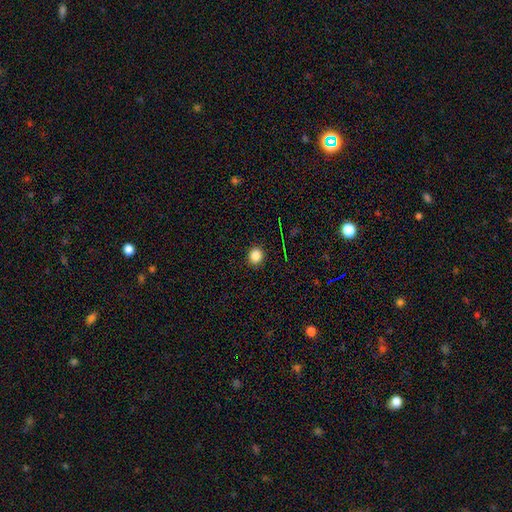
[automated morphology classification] smooth_or_featured: smooth (p=0.85) [alt: star or artifact p=0.11]
how_rounded: round (p=0.80) [alt: in between p=0.19]
merging: none (p=0.91) [alt: minor disturbance p=0.06]